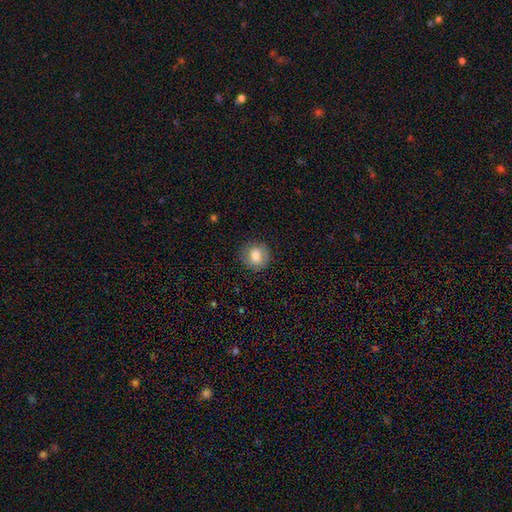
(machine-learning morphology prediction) type=smooth (77%); roundness=round (86%); merging=none (84%).